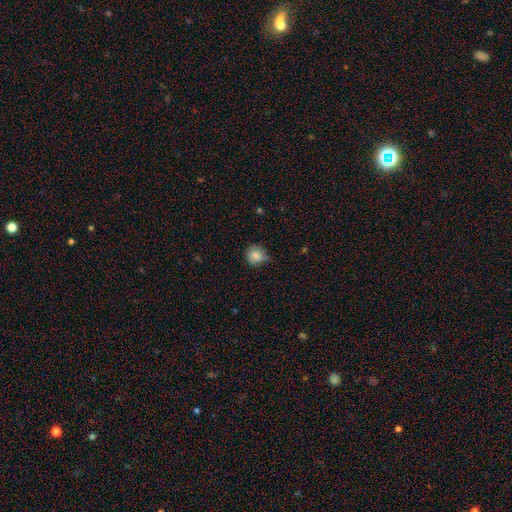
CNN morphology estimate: smooth 85%, star or artifact 10%, featured or disk 6%. Down the decision tree: how rounded — round (87%); merging — none (66%).